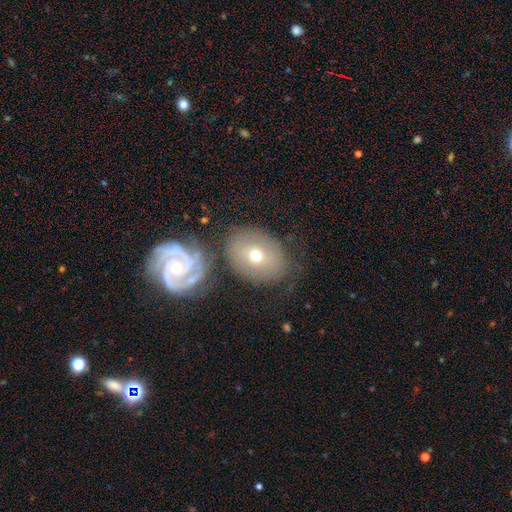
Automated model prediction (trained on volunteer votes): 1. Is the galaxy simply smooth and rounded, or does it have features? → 57% smooth, 33% featured or disk, 10% star or artifact.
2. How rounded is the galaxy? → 56% in between, 42% round, 1% cigar-shaped.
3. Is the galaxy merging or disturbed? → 63% none, 17% minor disturbance, 12% merger, 8% major disturbance.